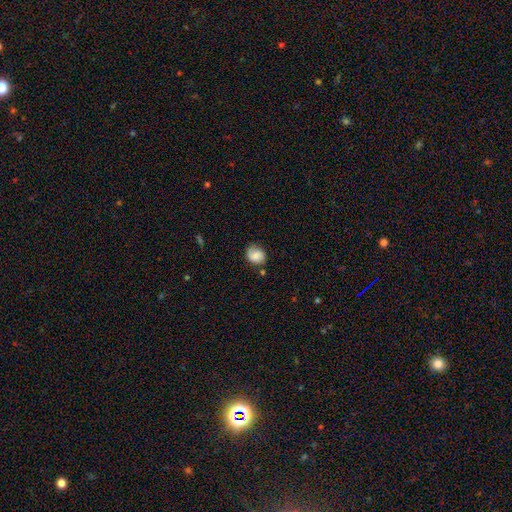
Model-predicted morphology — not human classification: smooth-or-featured: smooth: 70% | featured or disk: 21% | star or artifact: 9%
  how-rounded: round: 67% | in between: 32% | cigar-shaped: 1%
  merging: none: 65% | minor disturbance: 25% | major disturbance: 7% | merger: 3%